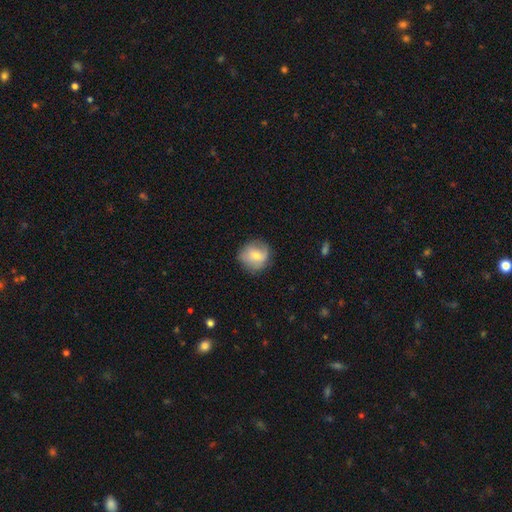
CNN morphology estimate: This appears to be a smooth galaxy with no disk features (64%) that is round (88%). Merging: none (78%).